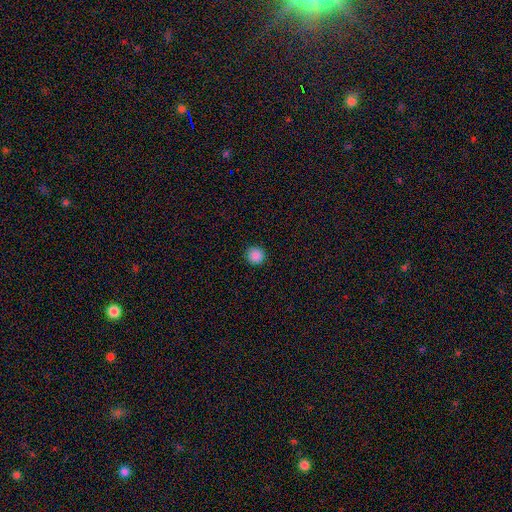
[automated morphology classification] Q: Smooth or featured?
A: smooth (88%); runner-up: star or artifact (10%)
Q: How rounded?
A: round (95%); runner-up: in between (4%)
Q: Merging?
A: none (92%); runner-up: minor disturbance (5%)